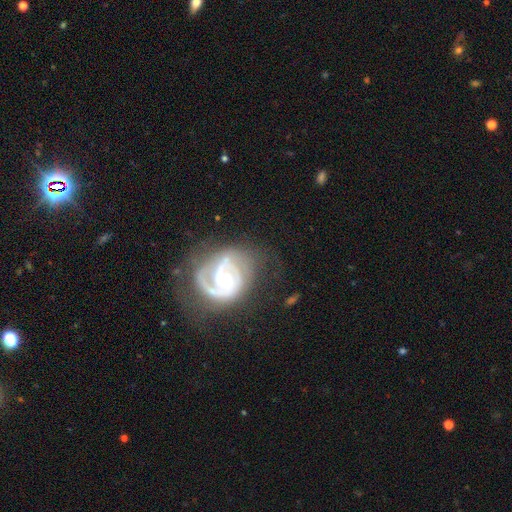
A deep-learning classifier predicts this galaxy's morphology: type=featured or disk (77%); edge-on=no (97%); bar=weak (42%); spiral arms=yes (88%); winding=medium (41%); arm count=2 (60%); bulge=small (45%); merging=none (63%).